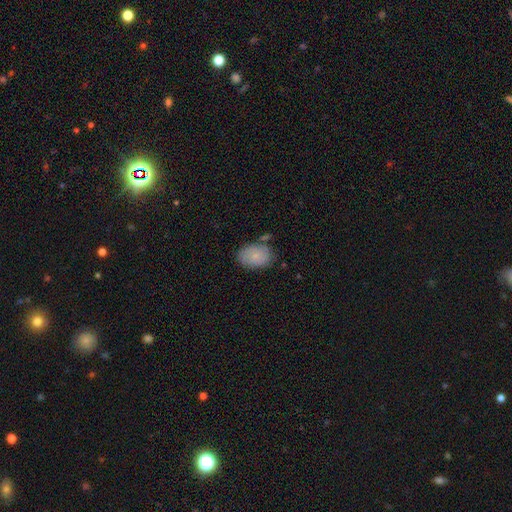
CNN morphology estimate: smooth 81%, featured or disk 13%, star or artifact 7%. Down the decision tree: how rounded — in between (80%); merging — none (70%).